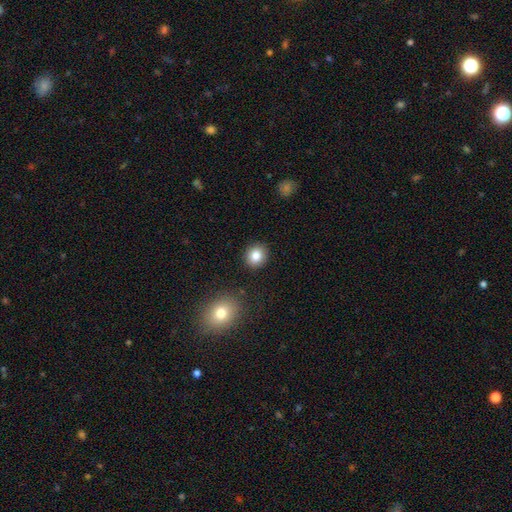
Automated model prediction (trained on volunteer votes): Morphology: type=smooth (84%); roundness=round (79%); merging=none (89%).